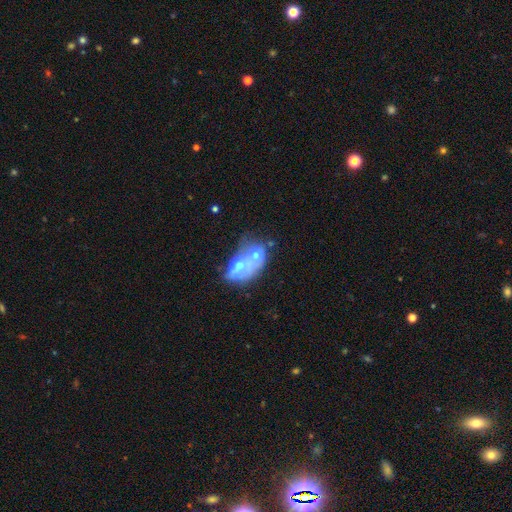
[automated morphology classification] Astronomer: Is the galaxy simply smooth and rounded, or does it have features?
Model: smooth — 57% (runner-up: featured or disk, 34%).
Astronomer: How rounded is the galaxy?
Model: in between — 70%.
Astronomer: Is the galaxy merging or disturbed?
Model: merger — 78%.